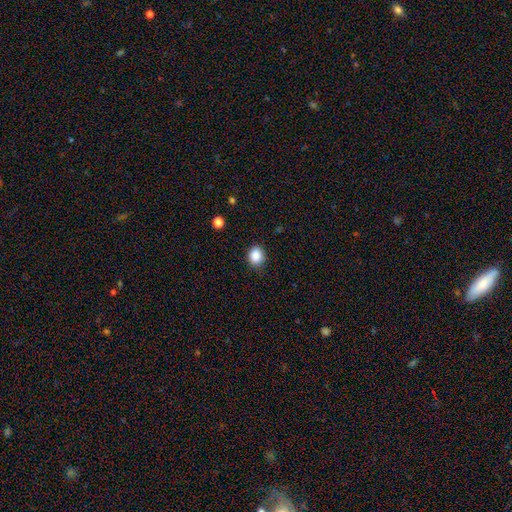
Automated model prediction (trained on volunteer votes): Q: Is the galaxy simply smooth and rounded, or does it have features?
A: smooth — 87%.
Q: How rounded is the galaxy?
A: round — 68%.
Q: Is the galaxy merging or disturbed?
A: none — 83%.